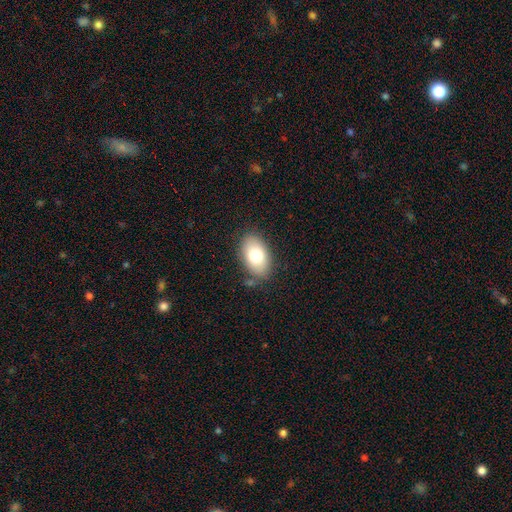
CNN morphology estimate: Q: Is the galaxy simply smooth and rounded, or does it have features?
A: smooth — 77%.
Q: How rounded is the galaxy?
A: in between — 91%.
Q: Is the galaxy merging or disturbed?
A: none — 81%.